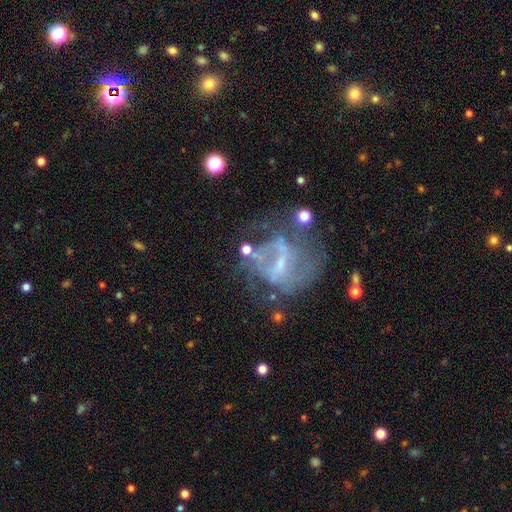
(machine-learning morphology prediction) smooth_or_featured: featured or disk (p=0.73) [alt: smooth p=0.15]
disk_edge_on: no (p=0.98) [alt: yes p=0.02]
bar: weak (p=0.47) [alt: no p=0.31]
has_spiral_arms: yes (p=0.61) [alt: no p=0.39]
bulge_size: small (p=0.49) [alt: none p=0.30]
merging: none (p=0.43) [alt: major disturbance p=0.30]